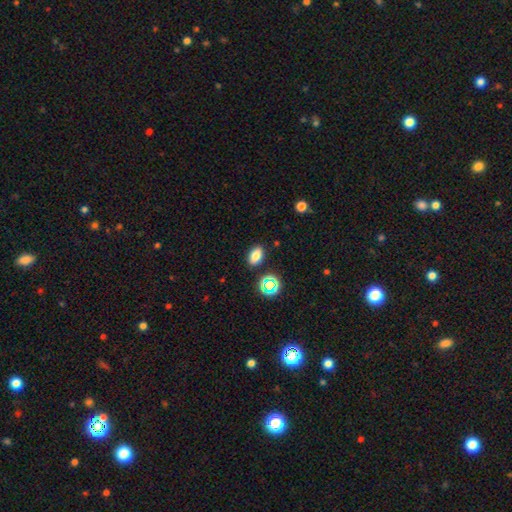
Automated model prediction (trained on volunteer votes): This appears to be a smooth galaxy with no disk features (77%) that is in between round and cigar-shaped (85%). Merging: none (86%).